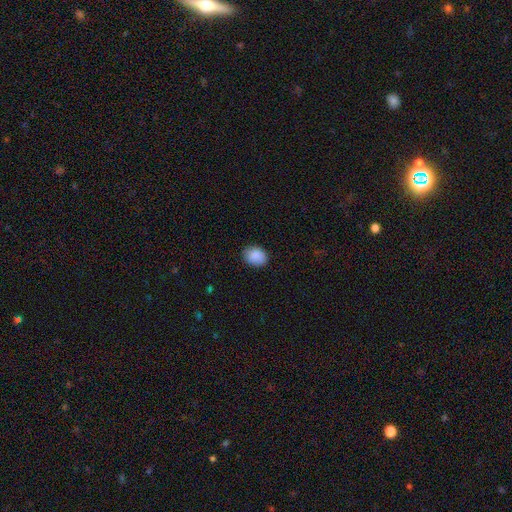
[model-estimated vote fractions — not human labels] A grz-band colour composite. It shows a smooth galaxy with no disk features (89%) that is in between round and cigar-shaped (56%). Merging: none (84%).